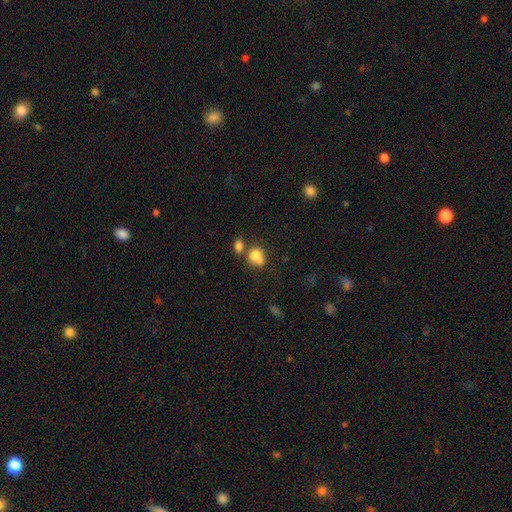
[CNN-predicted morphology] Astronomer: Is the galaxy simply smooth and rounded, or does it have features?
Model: smooth — 80%.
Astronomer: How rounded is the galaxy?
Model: in between — 50% (runner-up: round, 48%).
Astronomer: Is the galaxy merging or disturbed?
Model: none — 38% (runner-up: merger, 37%).